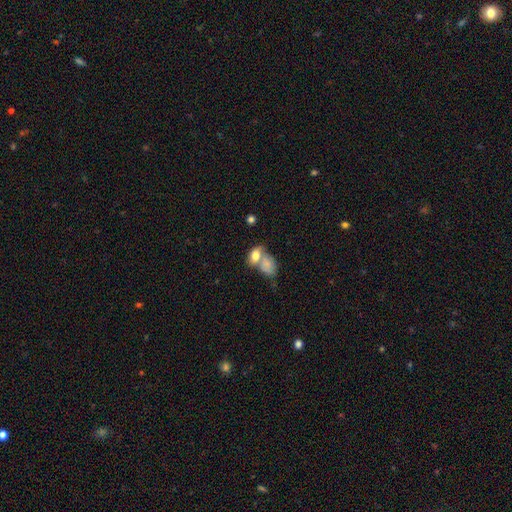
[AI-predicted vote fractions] Overall: smooth (77%). How rounded: in between (85%). Merging: merger (57%; none 26%).